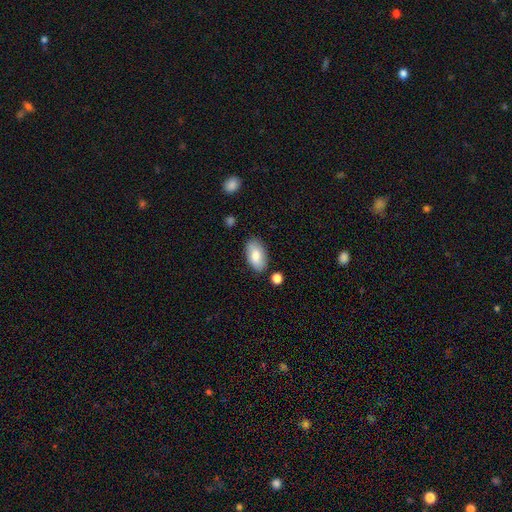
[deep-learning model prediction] A smooth galaxy with no disk features (80%) that is in between round and cigar-shaped (94%). Merging: none (80%).